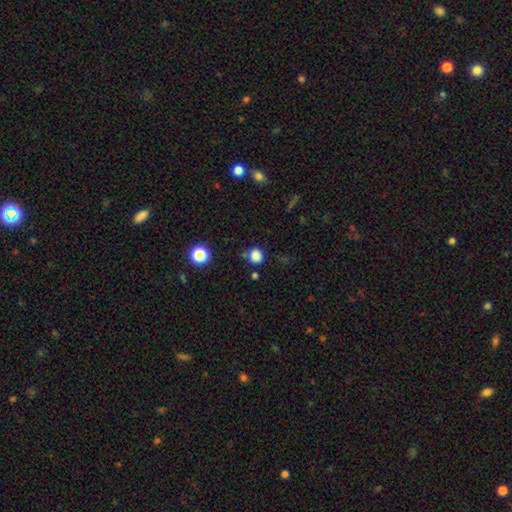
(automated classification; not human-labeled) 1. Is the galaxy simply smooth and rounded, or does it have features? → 83% smooth, 14% star or artifact, 4% featured or disk.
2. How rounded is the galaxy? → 81% round, 18% in between, 1% cigar-shaped.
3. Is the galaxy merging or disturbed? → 75% none, 13% minor disturbance, 8% merger, 4% major disturbance.